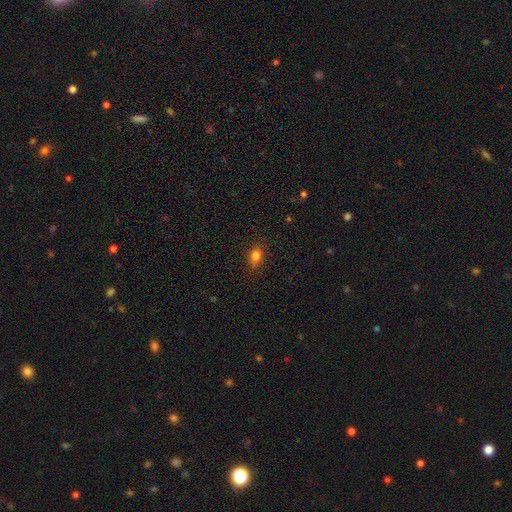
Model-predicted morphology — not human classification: smooth 81%, star or artifact 12%, featured or disk 7%. Down the decision tree: how rounded — in between (71%); merging — none (81%).